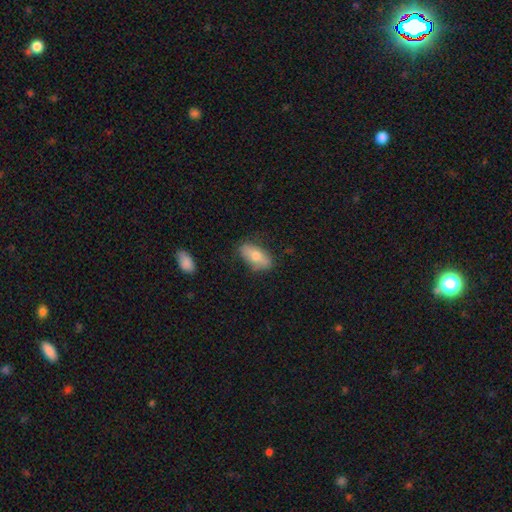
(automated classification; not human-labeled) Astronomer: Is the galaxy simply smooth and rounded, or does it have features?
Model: smooth — 72%.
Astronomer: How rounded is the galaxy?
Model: in between — 89%.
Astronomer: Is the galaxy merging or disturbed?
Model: none — 78%.